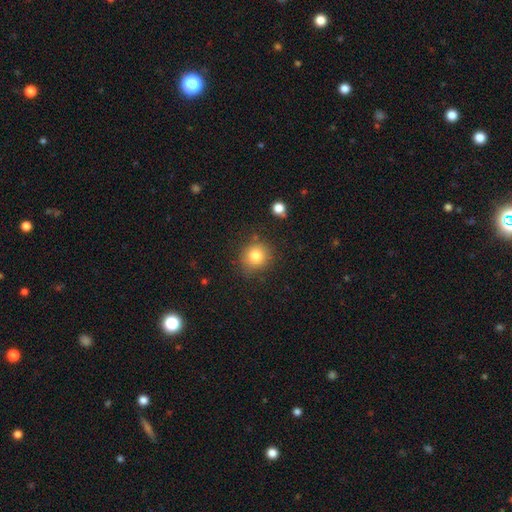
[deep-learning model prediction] Smooth or featured? Predicted: smooth (p=0.81). How rounded? Predicted: round (p=0.87). Merging? Predicted: none (p=0.81).